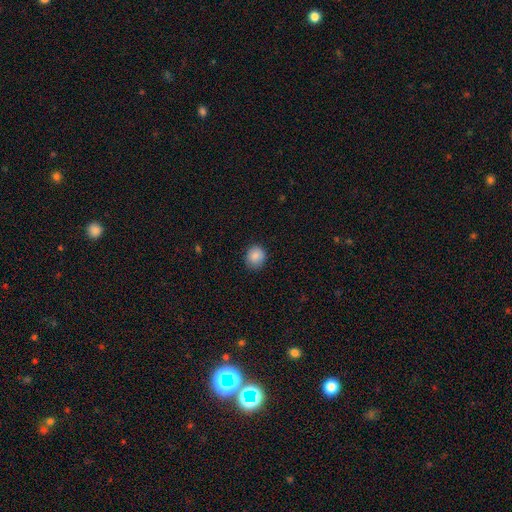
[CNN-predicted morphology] Smooth or featured? Predicted: smooth (p=0.87). How rounded? Predicted: round (p=0.81). Merging? Predicted: none (p=0.83).